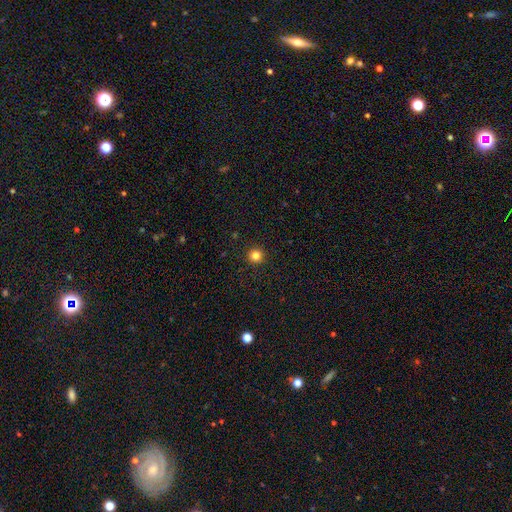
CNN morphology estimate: type=smooth (83%); roundness=round (96%); merging=none (93%).